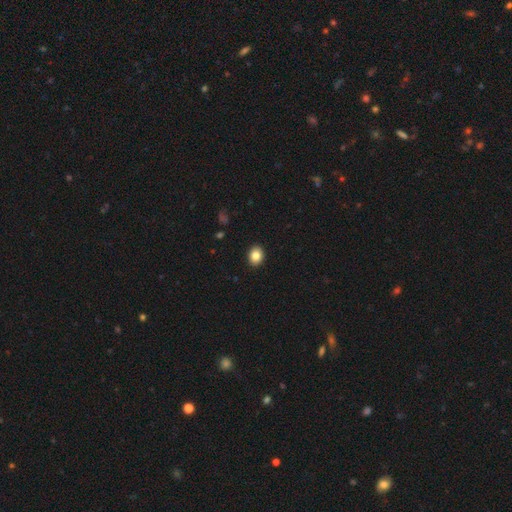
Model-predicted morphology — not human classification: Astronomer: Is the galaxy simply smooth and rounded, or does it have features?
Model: smooth — 84%.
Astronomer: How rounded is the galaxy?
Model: in between — 50% (runner-up: round, 49%).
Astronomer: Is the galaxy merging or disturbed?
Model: none — 91%.